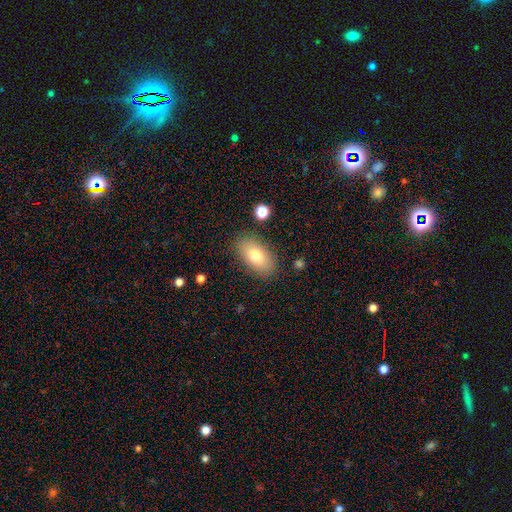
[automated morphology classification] This appears to be a smooth galaxy with no disk features (77%) that is in between round and cigar-shaped (92%). Merging: none (85%).